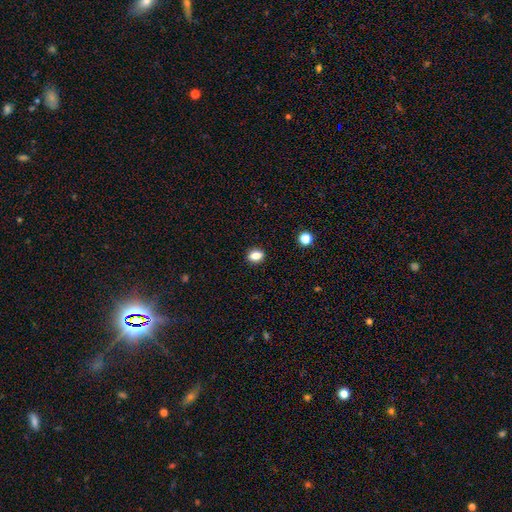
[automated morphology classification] Overall: smooth (85%). How rounded: in between (69%). Merging: none (89%).